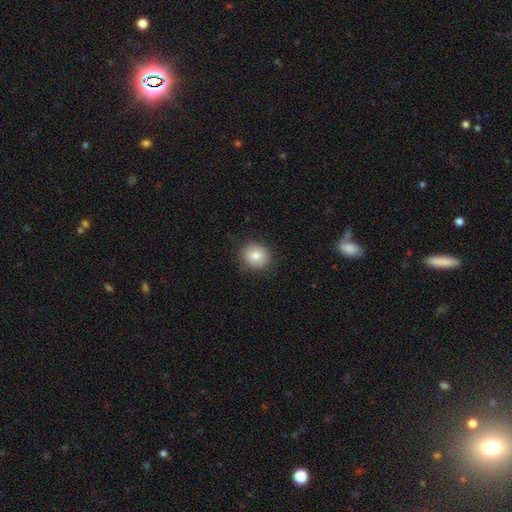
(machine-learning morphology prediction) Smooth or featured: smooth — 81% (star or artifact — 9%)
How rounded: round — 79% (in between — 20%)
Merging: none — 87% (minor disturbance — 9%)